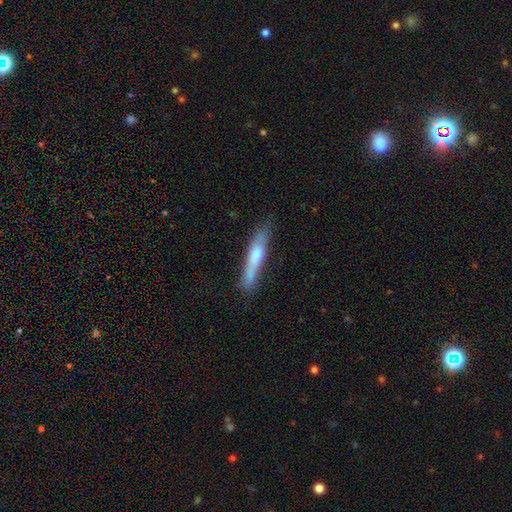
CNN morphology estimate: Smooth or featured?
  - smooth: 54% *
  - featured or disk: 40%
  - star or artifact: 6%
How rounded?
  - cigar-shaped: 92% *
  - in between: 7%
  - round: 1%
Merging?
  - none: 70% *
  - minor disturbance: 22%
  - major disturbance: 5%
  - merger: 3%